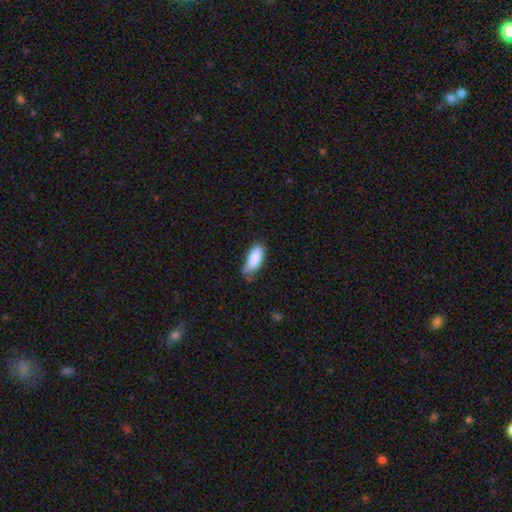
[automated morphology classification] The model was most divided on "merging": none: 46%, minor disturbance: 39%, major disturbance: 10%, merger: 5%. More confident: smooth or featured — smooth (85%); how rounded — in between (79%).